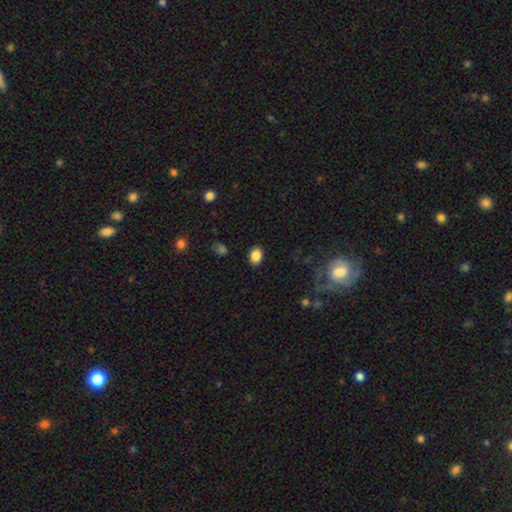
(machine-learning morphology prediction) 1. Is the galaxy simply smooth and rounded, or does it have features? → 87% smooth, 9% star or artifact, 4% featured or disk.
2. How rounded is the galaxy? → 68% in between, 31% round, 1% cigar-shaped.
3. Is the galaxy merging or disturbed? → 88% none, 8% minor disturbance, 2% major disturbance, 1% merger.